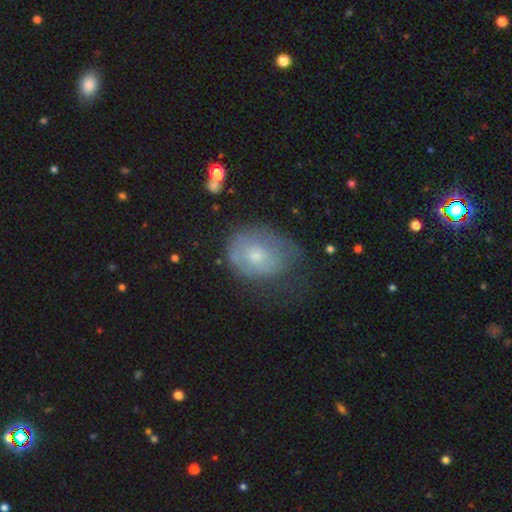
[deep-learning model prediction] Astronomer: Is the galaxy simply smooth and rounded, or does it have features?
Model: smooth — 55% (runner-up: featured or disk, 35%).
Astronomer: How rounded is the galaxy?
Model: in between — 53% (runner-up: round, 46%).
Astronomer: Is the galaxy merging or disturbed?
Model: none — 37% (runner-up: minor disturbance, 36%).